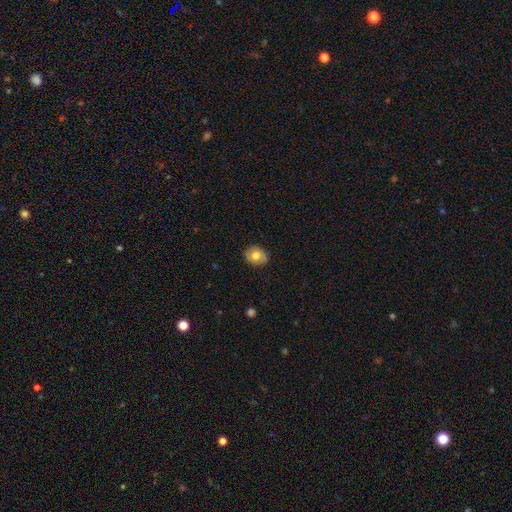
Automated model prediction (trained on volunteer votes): A smooth galaxy with no disk features (67%) that is round (56%). Merging: none (86%).